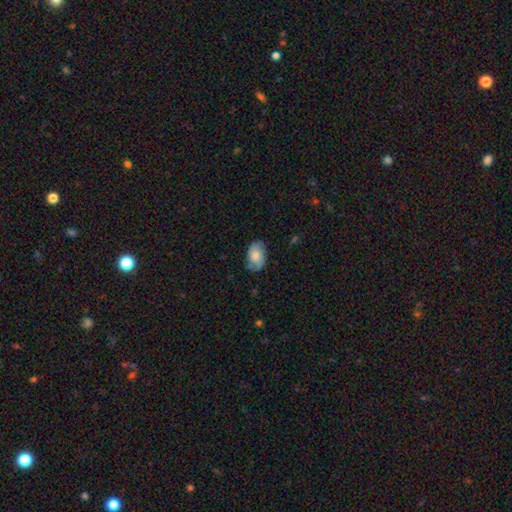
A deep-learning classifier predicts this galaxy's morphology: smooth_or_featured: smooth (p=0.62) [alt: featured or disk p=0.30]
how_rounded: in between (p=0.88) [alt: round p=0.11]
merging: none (p=0.71) [alt: minor disturbance p=0.22]